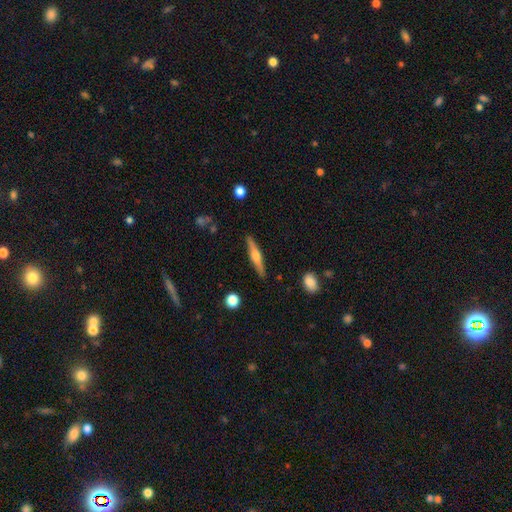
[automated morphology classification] featured or disk 63%, smooth 31%, star or artifact 6%. Down the decision tree: edge-on disk — yes (97%); edge-on bulge — rounded (89%); merging — none (89%).